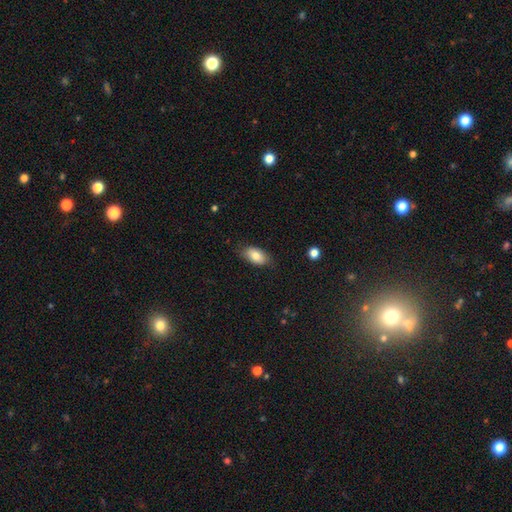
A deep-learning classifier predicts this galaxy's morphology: A smooth galaxy with no disk features (80%) that is in between round and cigar-shaped (92%). Merging: none (78%).